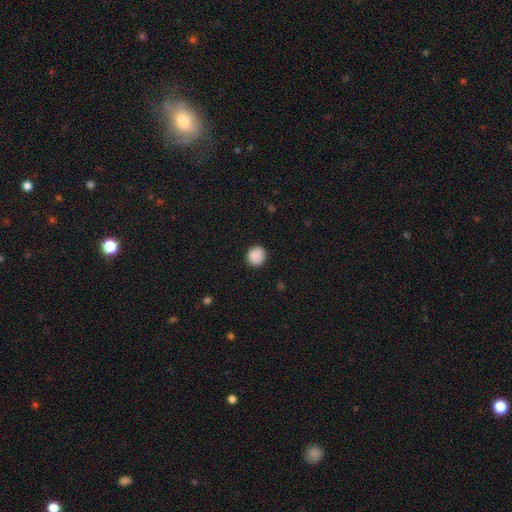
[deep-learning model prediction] smooth_or_featured: smooth (p=0.89) [alt: star or artifact p=0.08]
how_rounded: round (p=0.90) [alt: in between p=0.09]
merging: none (p=0.90) [alt: minor disturbance p=0.07]